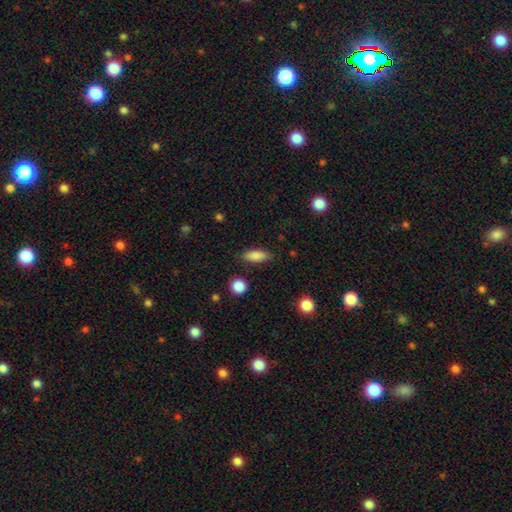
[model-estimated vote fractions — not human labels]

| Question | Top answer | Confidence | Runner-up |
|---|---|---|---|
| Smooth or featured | smooth | 85% | star or artifact (8%) |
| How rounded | in between | 73% | cigar-shaped (23%) |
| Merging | none | 84% | minor disturbance (11%) |